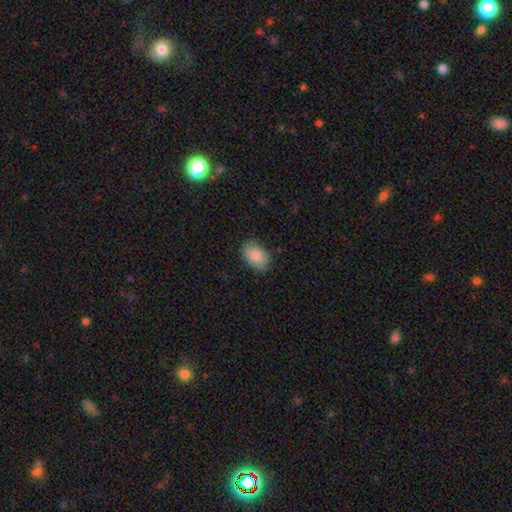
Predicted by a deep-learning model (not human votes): This is clearly a smooth galaxy (86%). How rounded: clearly in between (82%). Merging: clearly none (80%).